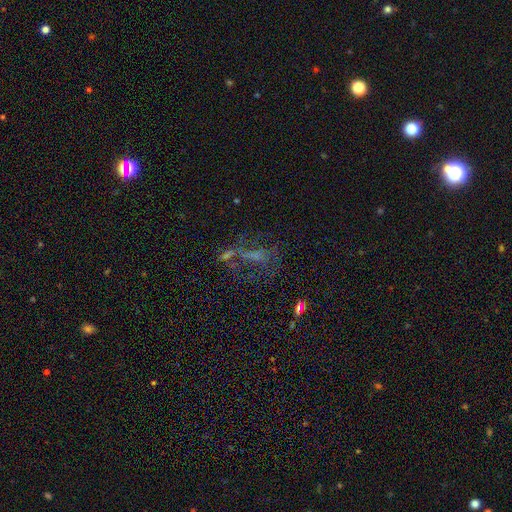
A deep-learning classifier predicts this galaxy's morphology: featured or disk 44%, star or artifact 32%, smooth 25%. Down the decision tree: merging — none (39%).